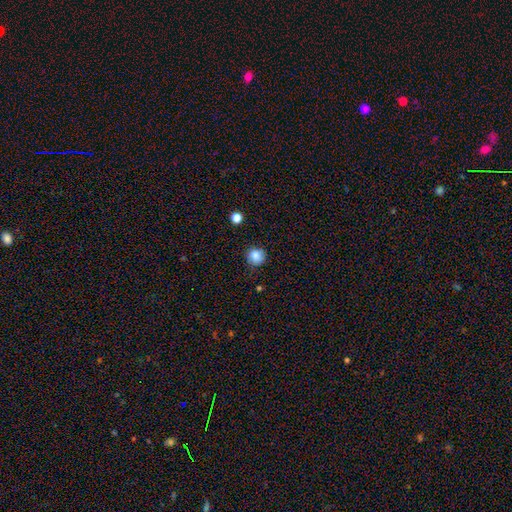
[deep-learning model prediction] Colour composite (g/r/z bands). It shows a smooth galaxy with no disk features (84%) that is round (90%). Merging: none (81%).